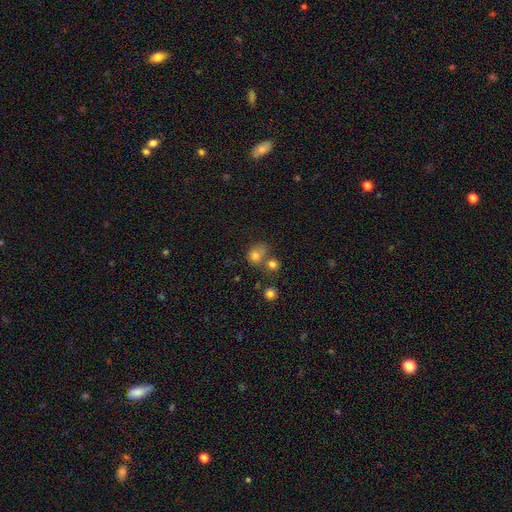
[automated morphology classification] This is likely a smooth galaxy (75%). How rounded: likely round (68%). Merging: marginally none (41%).